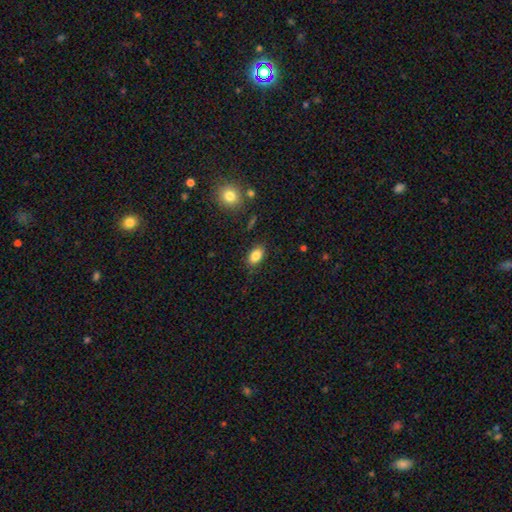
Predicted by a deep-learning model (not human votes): smooth-or-featured: smooth: 84% | star or artifact: 9% | featured or disk: 7%
  how-rounded: in between: 88% | round: 9% | cigar-shaped: 3%
  merging: none: 85% | minor disturbance: 11% | major disturbance: 3% | merger: 2%